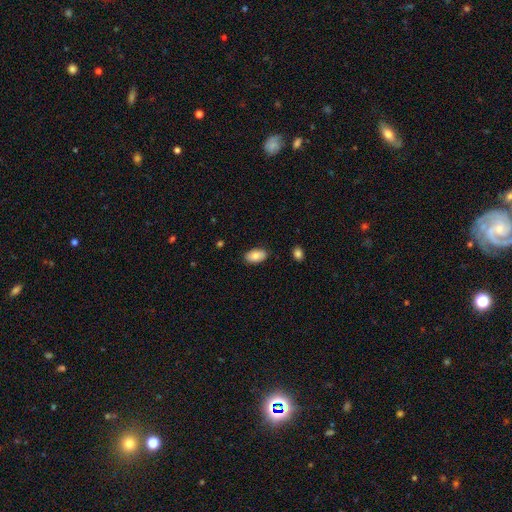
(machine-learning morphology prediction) Smooth or featured? Predicted: smooth (p=0.83). How rounded? Predicted: in between (p=0.94). Merging? Predicted: none (p=0.87).